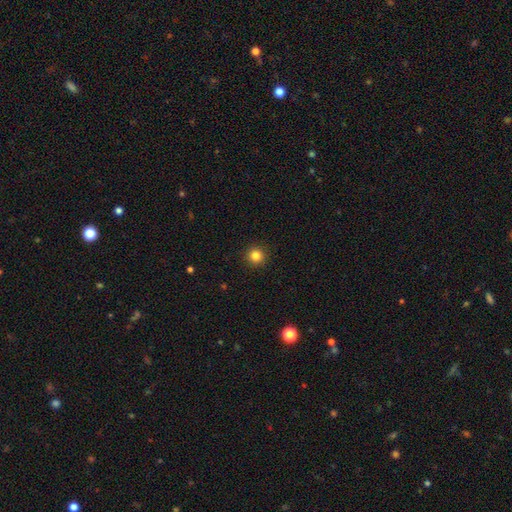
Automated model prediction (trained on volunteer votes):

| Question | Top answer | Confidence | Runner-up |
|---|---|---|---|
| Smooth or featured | smooth | 83% | star or artifact (12%) |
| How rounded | round | 95% | in between (4%) |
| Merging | none | 93% | minor disturbance (5%) |